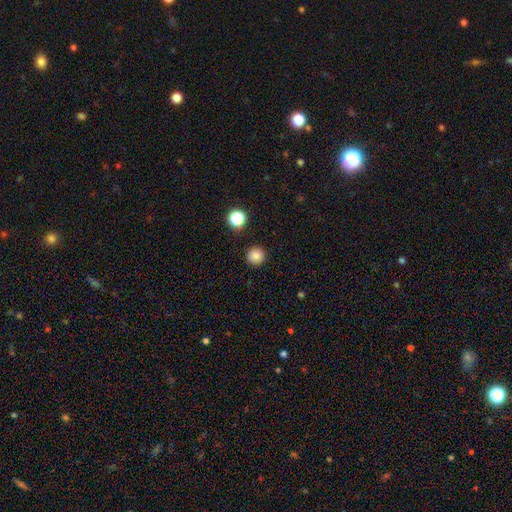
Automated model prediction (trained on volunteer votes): Q: Smooth or featured?
A: smooth (82%); runner-up: star or artifact (12%)
Q: How rounded?
A: round (95%); runner-up: in between (4%)
Q: Merging?
A: none (91%); runner-up: minor disturbance (5%)